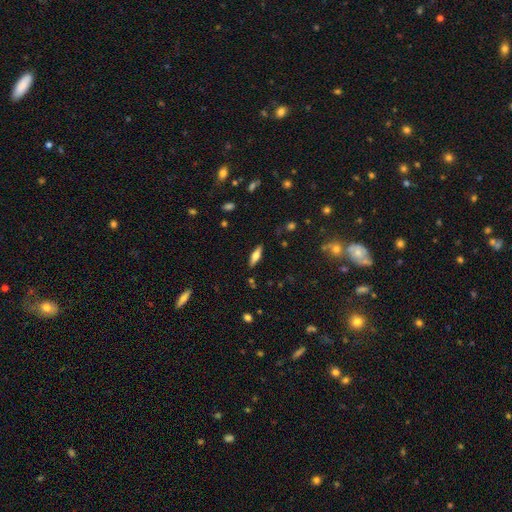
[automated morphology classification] Smooth or featured: smooth — 58% (featured or disk — 35%)
How rounded: in between — 50% (cigar-shaped — 48%)
Merging: none — 87% (minor disturbance — 10%)